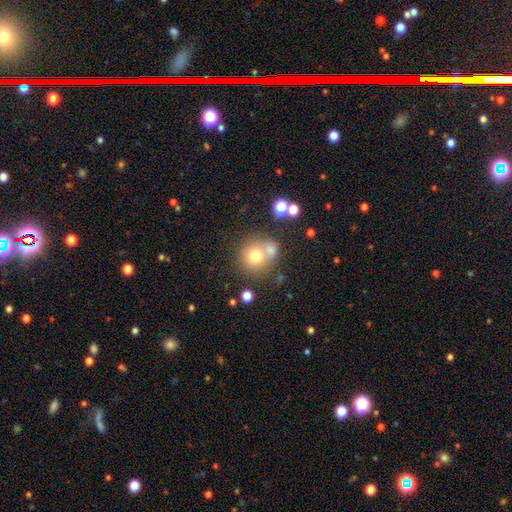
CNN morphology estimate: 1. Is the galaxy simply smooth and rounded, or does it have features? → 69% smooth, 17% featured or disk, 14% star or artifact.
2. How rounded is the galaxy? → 88% round, 11% in between, 1% cigar-shaped.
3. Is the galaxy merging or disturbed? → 49% none, 35% merger, 11% minor disturbance, 5% major disturbance.